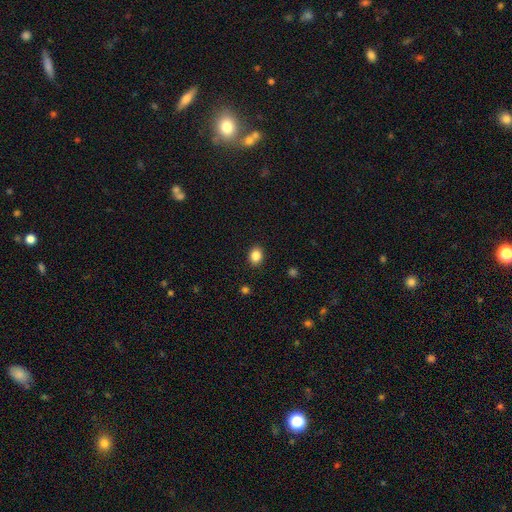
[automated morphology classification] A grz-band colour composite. It shows a smooth galaxy with no disk features (86%) that is round (53%). Merging: none (90%).